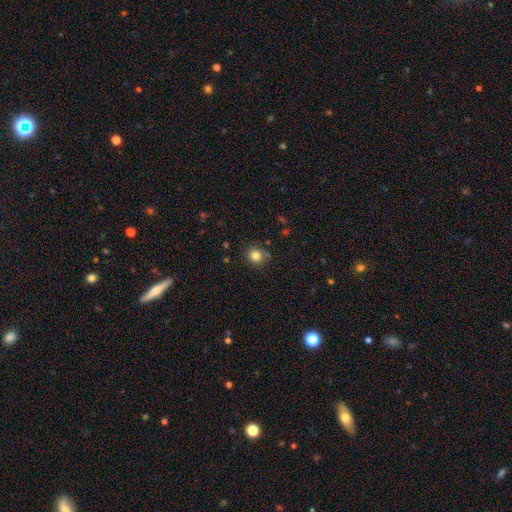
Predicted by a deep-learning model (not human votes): Overall: smooth (82%). How rounded: round (82%). Merging: none (83%).